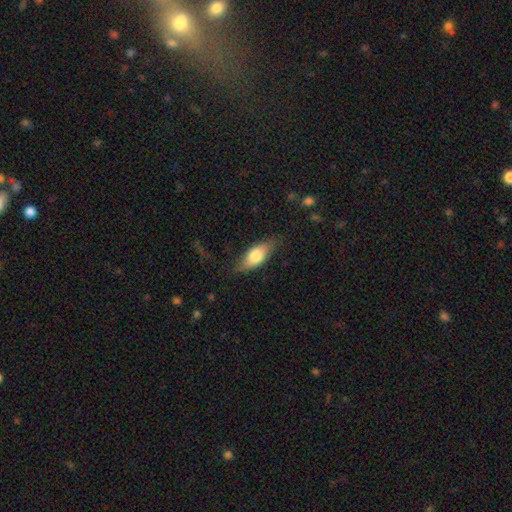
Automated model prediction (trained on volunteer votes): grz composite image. It shows a smooth galaxy with no disk features (70%) that is in between round and cigar-shaped (81%). Merging: none (74%).